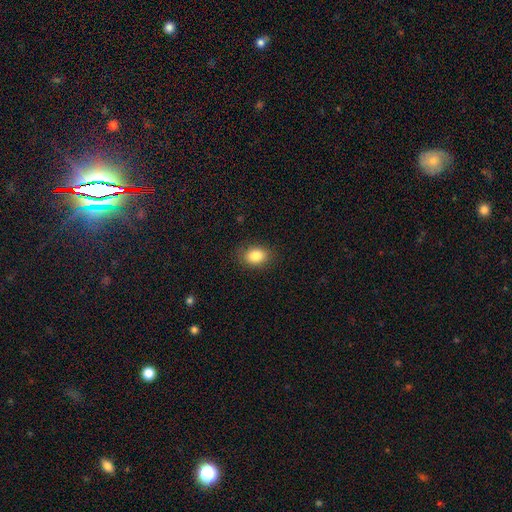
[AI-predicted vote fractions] smooth 85%, star or artifact 9%, featured or disk 6%. Down the decision tree: how rounded — in between (70%); merging — none (87%).